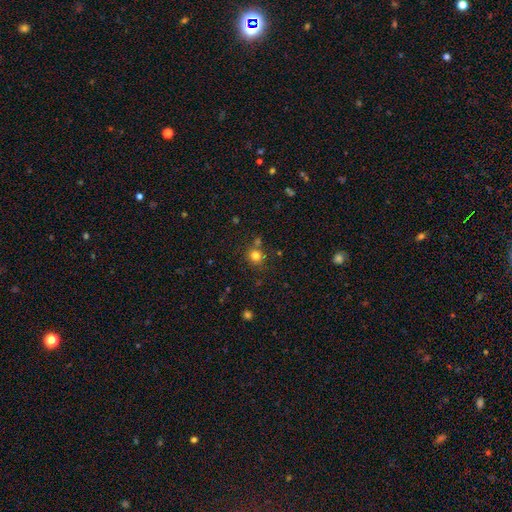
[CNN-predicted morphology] This is likely a smooth galaxy (78%). How rounded: clearly round (86%). Merging: likely none (71%).